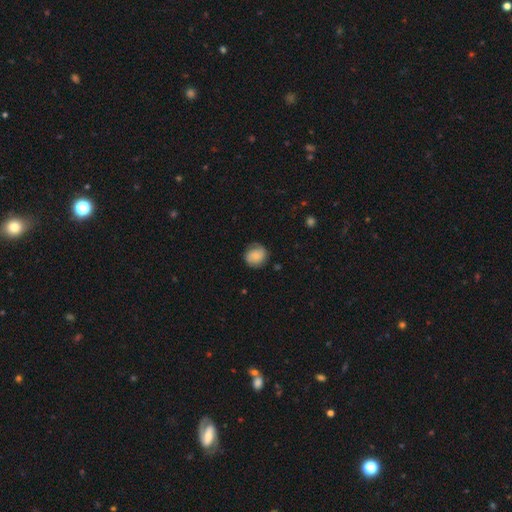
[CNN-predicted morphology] Overall: smooth (69%). How rounded: round (82%). Merging: none (73%).